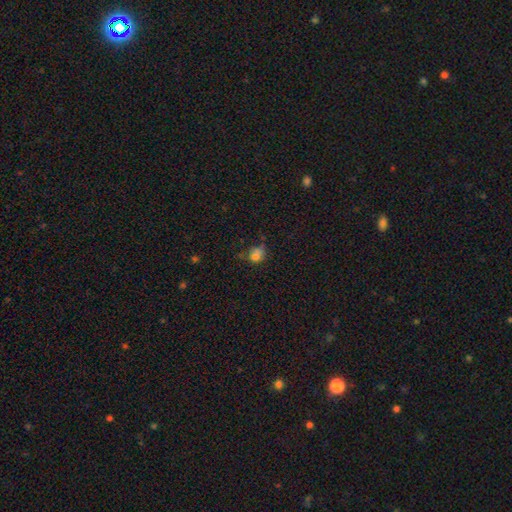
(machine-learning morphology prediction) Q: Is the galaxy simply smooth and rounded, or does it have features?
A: smooth — 75%.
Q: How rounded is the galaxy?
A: round — 64%.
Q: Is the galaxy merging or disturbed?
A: none — 45%.